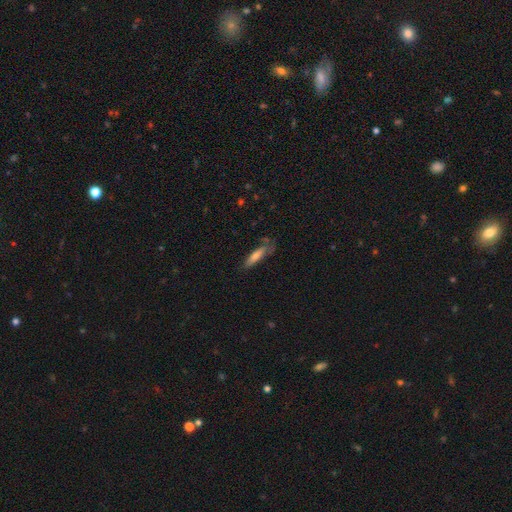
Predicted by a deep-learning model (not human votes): This is likely a smooth galaxy (67%). How rounded: likely cigar-shaped (73%). Merging: possibly none (55%).